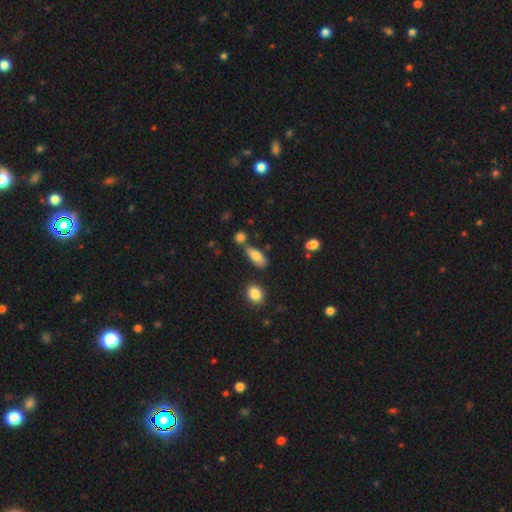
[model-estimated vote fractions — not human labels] A smooth galaxy with no disk features (77%) that is in between round and cigar-shaped (81%). Merging: none (65%).